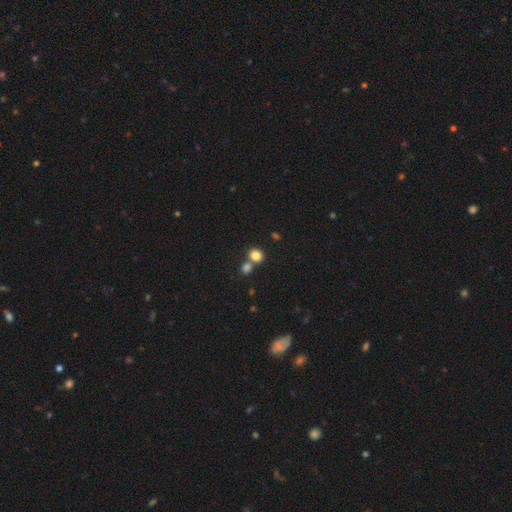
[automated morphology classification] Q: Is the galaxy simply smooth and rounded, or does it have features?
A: smooth — 83%.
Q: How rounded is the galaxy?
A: round — 77%.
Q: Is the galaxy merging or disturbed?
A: none — 55%.